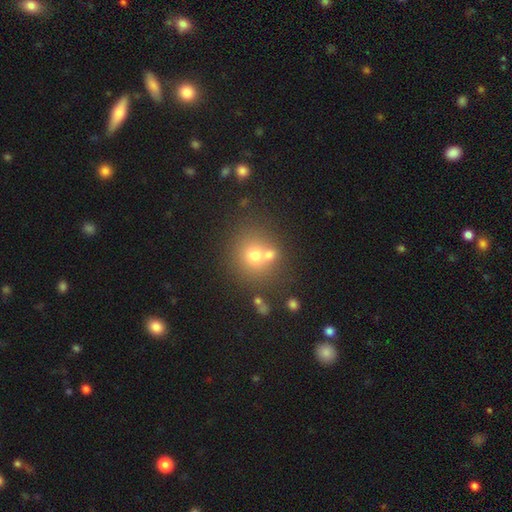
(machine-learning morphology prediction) Q: Smooth or featured?
A: smooth (67%); runner-up: featured or disk (18%)
Q: How rounded?
A: round (82%); runner-up: in between (17%)
Q: Merging?
A: none (53%); runner-up: merger (33%)